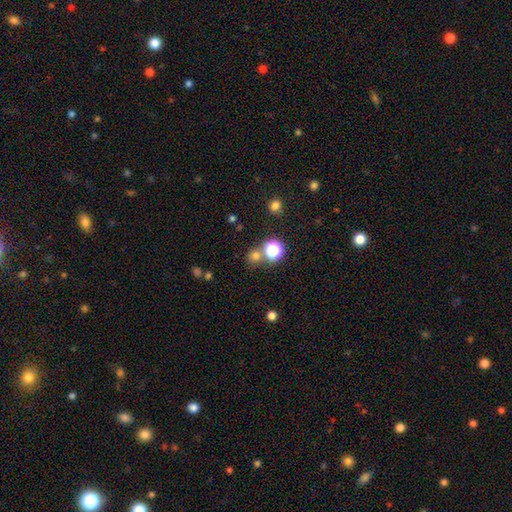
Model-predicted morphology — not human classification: type=smooth (70%); roundness=round (90%); merging=none (73%).